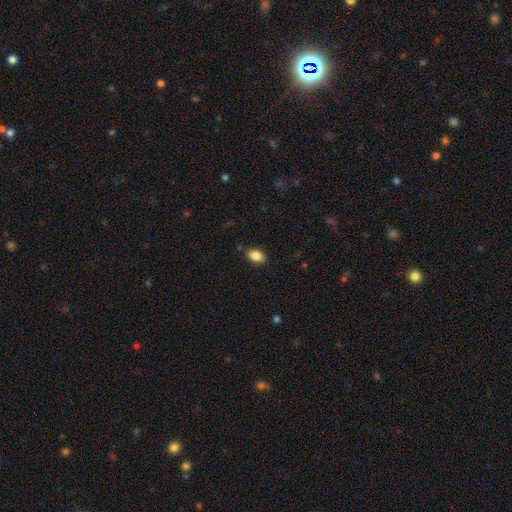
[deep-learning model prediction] This is clearly a smooth galaxy (85%). How rounded: clearly in between (84%). Merging: clearly none (84%).